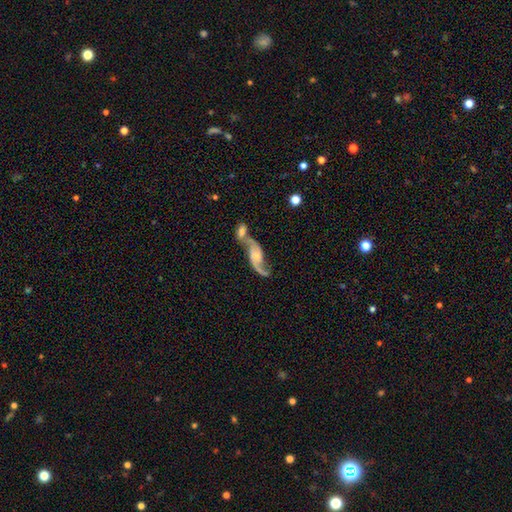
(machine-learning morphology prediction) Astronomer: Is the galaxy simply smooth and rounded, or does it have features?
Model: featured or disk — 85%.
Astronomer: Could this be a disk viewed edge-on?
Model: no — 94%.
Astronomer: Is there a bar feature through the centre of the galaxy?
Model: no — 53% (runner-up: weak, 36%).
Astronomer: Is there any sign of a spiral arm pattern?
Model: yes — 95%.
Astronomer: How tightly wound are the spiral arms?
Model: loose — 72%.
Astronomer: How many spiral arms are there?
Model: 2 — 91%.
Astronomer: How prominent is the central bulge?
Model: small — 49% (runner-up: moderate, 26%).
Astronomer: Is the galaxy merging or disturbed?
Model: merger — 55%.